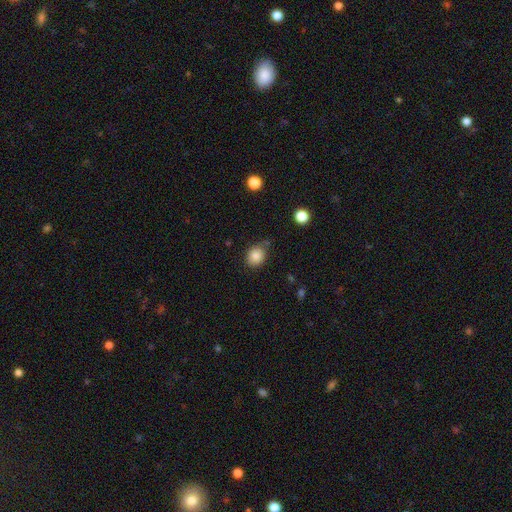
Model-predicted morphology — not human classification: Overall: smooth (85%). How rounded: round (53%; in between 46%). Merging: none (70%).